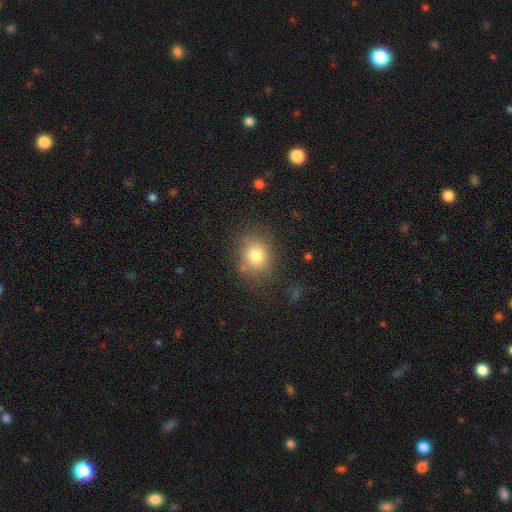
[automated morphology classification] Smooth or featured? smooth (79%)
How rounded? round (68%)
Merging? none (78%)